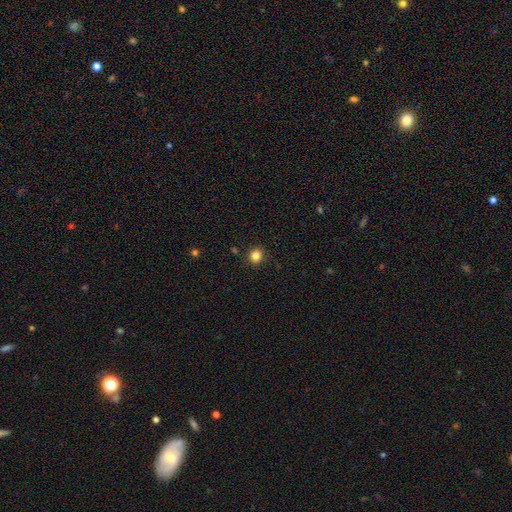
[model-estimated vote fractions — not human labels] Smooth or featured? smooth (83%)
How rounded? round (86%)
Merging? none (90%)